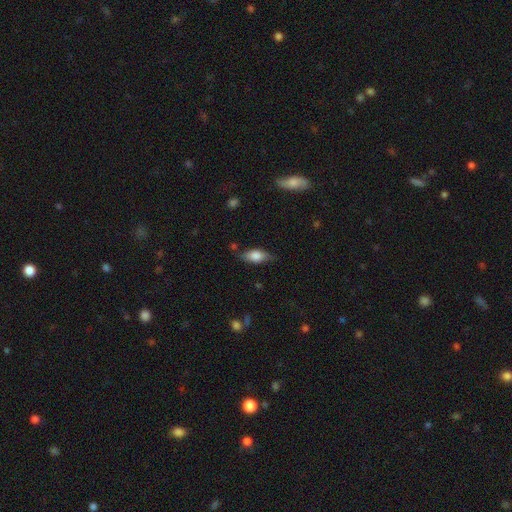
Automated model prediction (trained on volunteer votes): smooth-or-featured: smooth: 73% | featured or disk: 20% | star or artifact: 7%
  how-rounded: in between: 81% | cigar-shaped: 15% | round: 4%
  merging: none: 72% | minor disturbance: 21% | major disturbance: 4% | merger: 2%